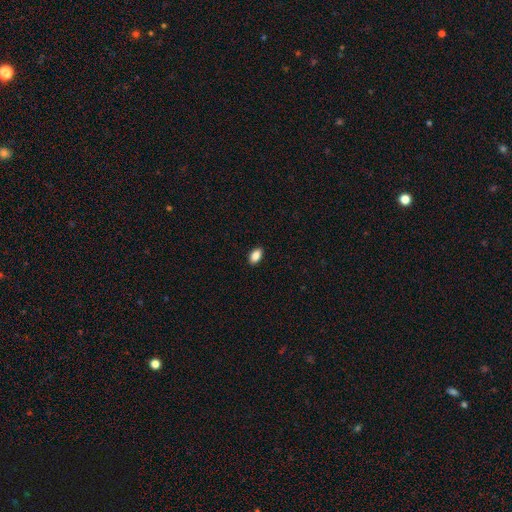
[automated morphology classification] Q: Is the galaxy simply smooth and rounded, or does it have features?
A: smooth — 88%.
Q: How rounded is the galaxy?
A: in between — 91%.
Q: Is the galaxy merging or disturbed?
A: none — 90%.